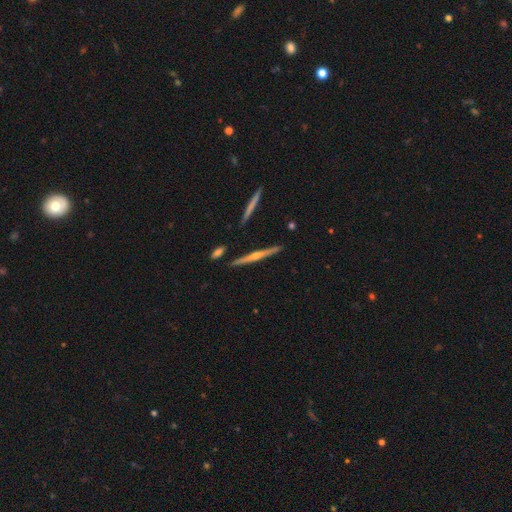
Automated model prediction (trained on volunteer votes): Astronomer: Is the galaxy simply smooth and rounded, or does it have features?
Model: featured or disk — 74%.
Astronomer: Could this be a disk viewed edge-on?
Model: yes — 98%.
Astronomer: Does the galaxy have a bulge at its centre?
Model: rounded — 73%.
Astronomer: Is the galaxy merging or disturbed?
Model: none — 89%.